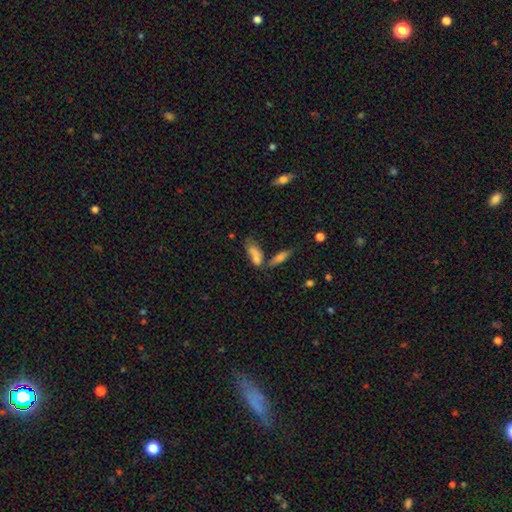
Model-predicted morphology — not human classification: Smooth or featured? Predicted: smooth (p=0.74). How rounded? Predicted: in between (p=0.67). Merging? Predicted: merger (p=0.41).